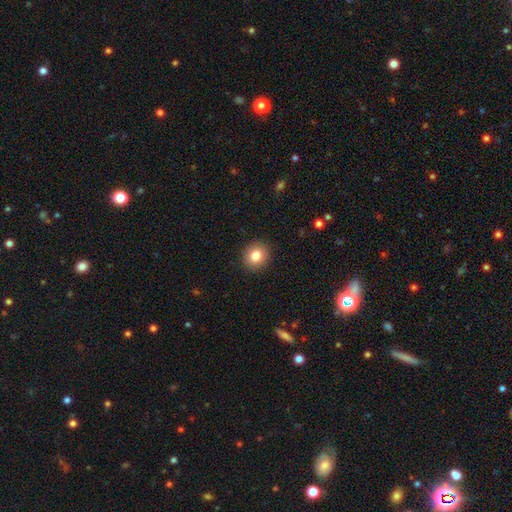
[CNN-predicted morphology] This appears to be a smooth galaxy with no disk features (83%) that is round (82%). Merging: none (91%).